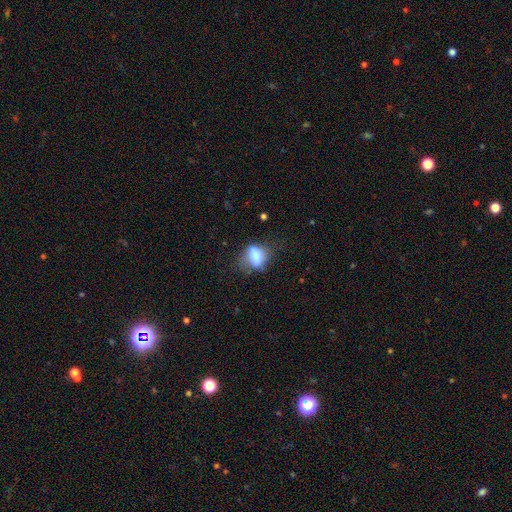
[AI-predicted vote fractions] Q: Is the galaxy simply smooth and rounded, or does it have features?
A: smooth — 74%.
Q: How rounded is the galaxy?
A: in between — 71%.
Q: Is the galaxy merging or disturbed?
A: none — 48%.